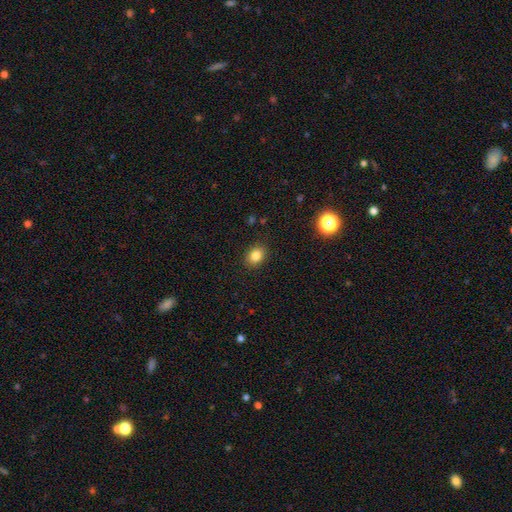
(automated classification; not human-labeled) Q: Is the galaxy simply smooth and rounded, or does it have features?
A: smooth — 83%.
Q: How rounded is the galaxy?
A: in between — 55%.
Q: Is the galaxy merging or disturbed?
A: none — 88%.